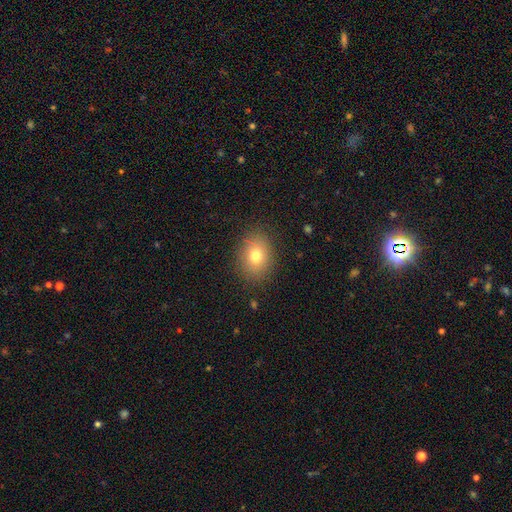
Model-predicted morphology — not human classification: The model was most divided on "how rounded": in between: 57%, round: 42%, cigar-shaped: 1%. More confident: merging — none (86%); smooth or featured — smooth (77%).